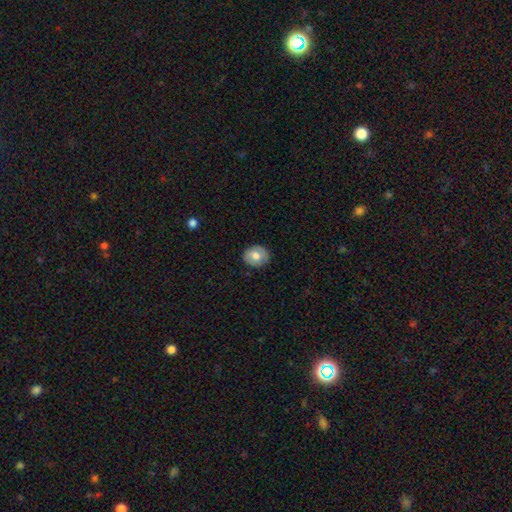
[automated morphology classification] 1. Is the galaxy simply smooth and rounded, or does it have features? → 68% smooth, 25% featured or disk, 7% star or artifact.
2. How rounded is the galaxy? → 73% round, 27% in between, 1% cigar-shaped.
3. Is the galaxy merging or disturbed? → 86% none, 10% minor disturbance, 2% major disturbance, 1% merger.